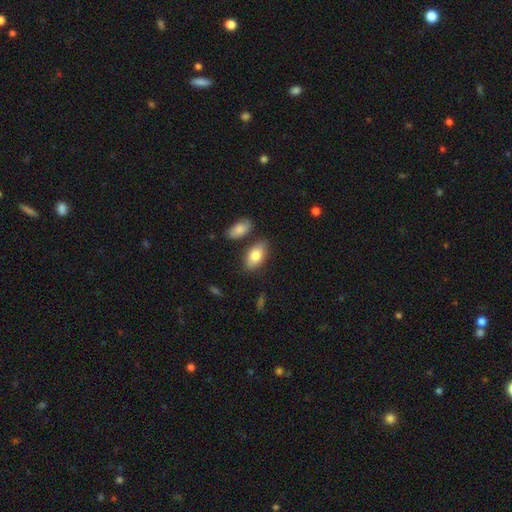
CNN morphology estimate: A smooth galaxy with no disk features (80%) that is in between round and cigar-shaped (92%).

Vote fractions:
- Smooth or featured? smooth: 80% / featured or disk: 14% / star or artifact: 6%
- How rounded? in between: 92% / round: 4% / cigar-shaped: 4%
- Merging? none: 77% / minor disturbance: 13% / merger: 7% / major disturbance: 3%